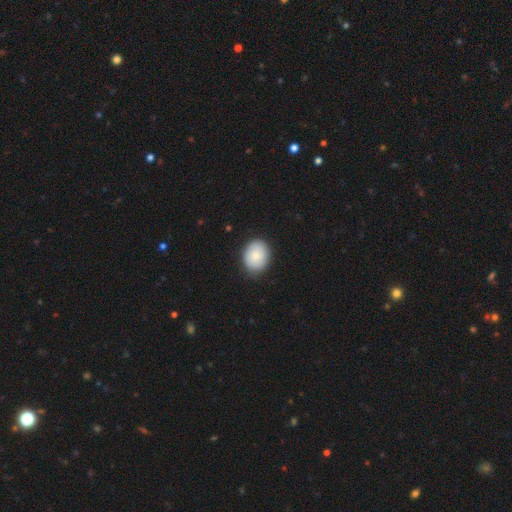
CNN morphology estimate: This appears to be a smooth galaxy with no disk features (84%) that is in between round and cigar-shaped (51%). Merging: none (85%).